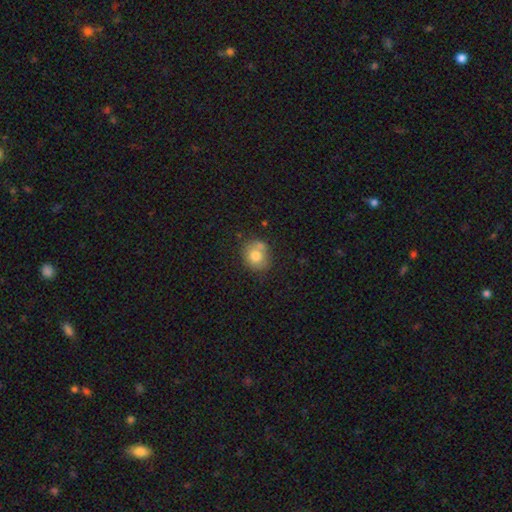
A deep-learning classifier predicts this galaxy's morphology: type=smooth (75%); roundness=round (70%); merging=none (59%).